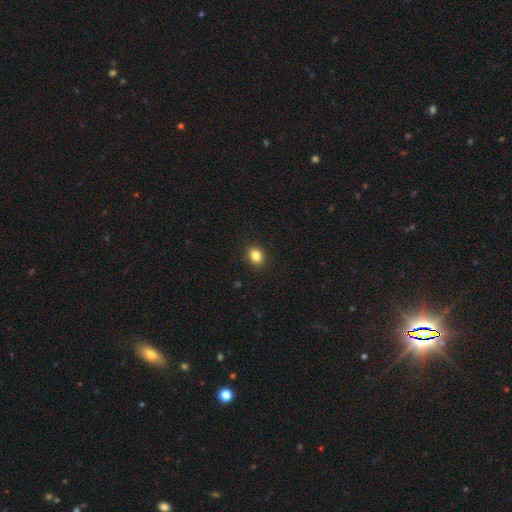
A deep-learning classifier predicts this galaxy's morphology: A smooth galaxy with no disk features (84%) that is round (62%). Merging: none (91%).